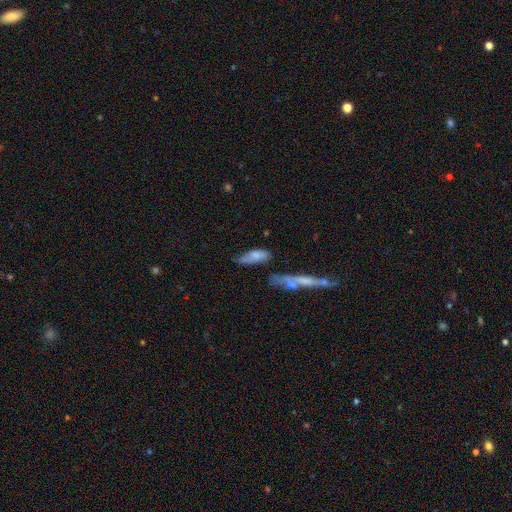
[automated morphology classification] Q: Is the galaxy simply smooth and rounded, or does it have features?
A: smooth — 66%.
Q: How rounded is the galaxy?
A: in between — 64%.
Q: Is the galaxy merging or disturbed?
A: none — 38%.